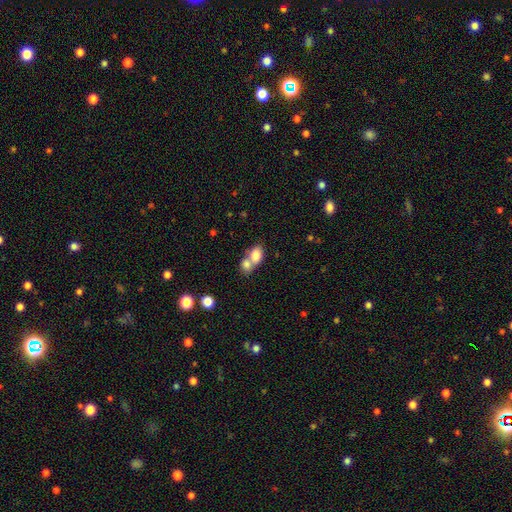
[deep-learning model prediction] This appears to be a smooth galaxy with no disk features (79%) that is in between round and cigar-shaped (78%). Merging: merger (65%).